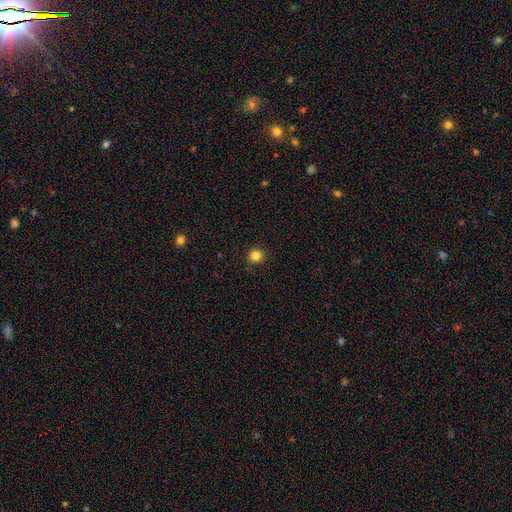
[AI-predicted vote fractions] This is clearly a smooth galaxy (84%). How rounded: clearly round (92%). Merging: clearly none (90%).